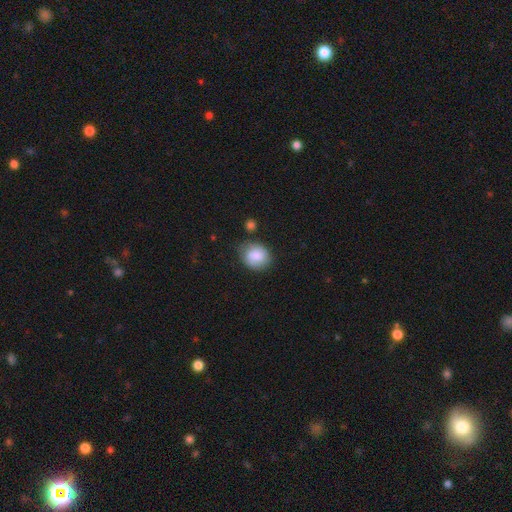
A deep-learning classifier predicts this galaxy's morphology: The model was most divided on "how rounded": round: 63%, in between: 36%, cigar-shaped: 1%. More confident: smooth or featured — smooth (80%); merging — none (69%).